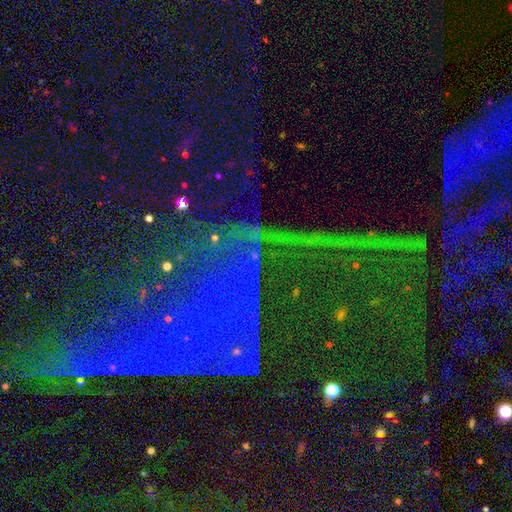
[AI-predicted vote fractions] Smooth or featured: star or artifact — 82% (featured or disk — 9%)